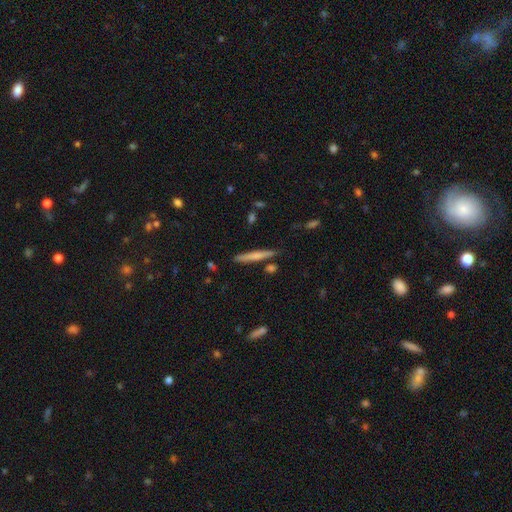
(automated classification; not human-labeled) Smooth or featured? Predicted: smooth (p=0.59). How rounded? Predicted: cigar-shaped (p=0.95). Merging? Predicted: none (p=0.85).